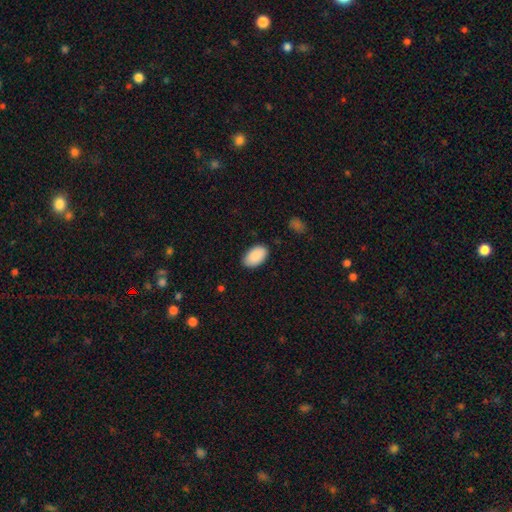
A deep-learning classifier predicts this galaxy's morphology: Q: Smooth or featured?
A: smooth (91%); runner-up: star or artifact (6%)
Q: How rounded?
A: in between (95%); runner-up: round (4%)
Q: Merging?
A: none (85%); runner-up: minor disturbance (12%)